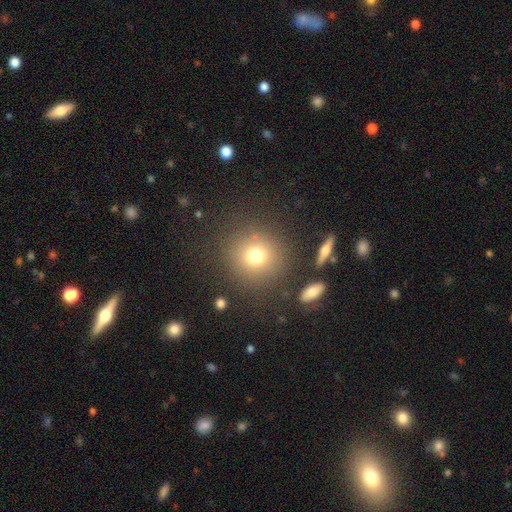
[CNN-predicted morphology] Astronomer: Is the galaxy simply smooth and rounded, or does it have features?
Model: smooth — 74%.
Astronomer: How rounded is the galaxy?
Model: round — 90%.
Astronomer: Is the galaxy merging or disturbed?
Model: none — 84%.